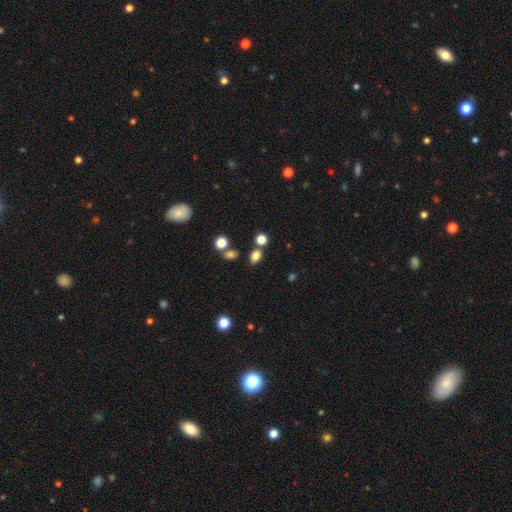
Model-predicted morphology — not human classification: This is likely a smooth galaxy (78%). How rounded: likely in between (65%). Merging: likely none (72%).